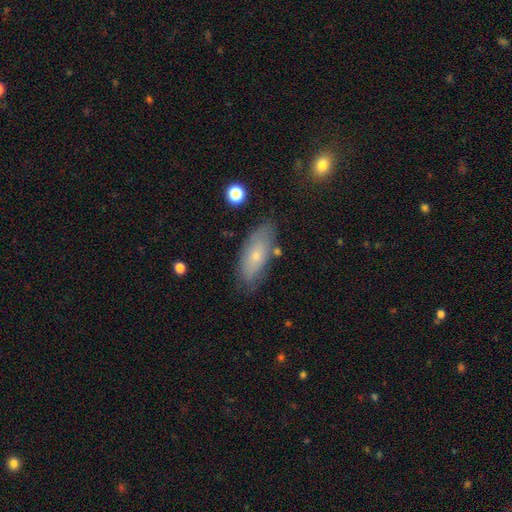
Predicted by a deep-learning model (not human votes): smooth 59%, featured or disk 34%, star or artifact 8%. Down the decision tree: how rounded — in between (81%); merging — none (74%).